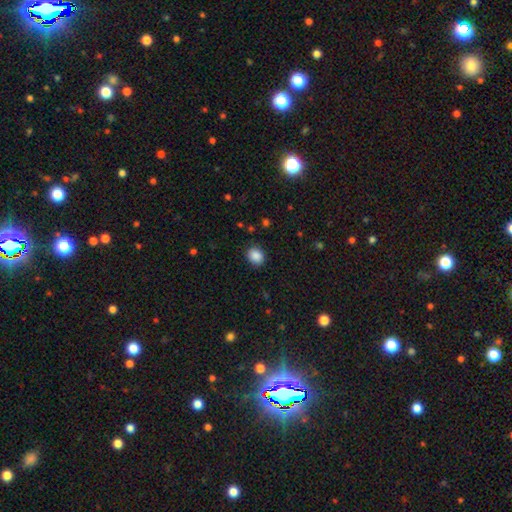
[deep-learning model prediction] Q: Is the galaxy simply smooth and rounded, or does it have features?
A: smooth — 87%.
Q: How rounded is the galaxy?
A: round — 63%.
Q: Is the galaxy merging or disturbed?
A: none — 86%.